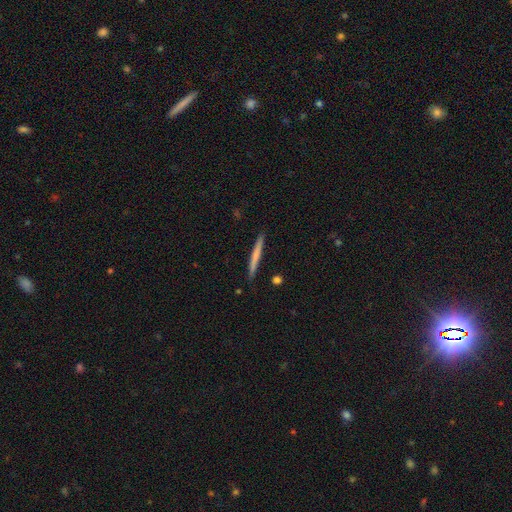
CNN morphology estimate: Smooth or featured: smooth — 62% (featured or disk — 33%)
How rounded: cigar-shaped — 97% (in between — 2%)
Merging: none — 90% (minor disturbance — 7%)